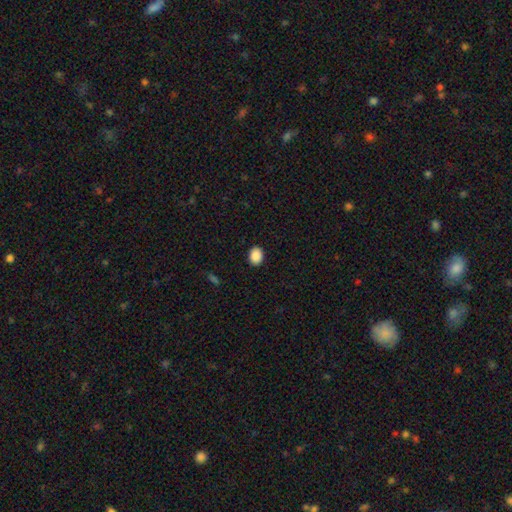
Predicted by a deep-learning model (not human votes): Overall: smooth (89%). How rounded: in between (60%; round 39%). Merging: none (90%).